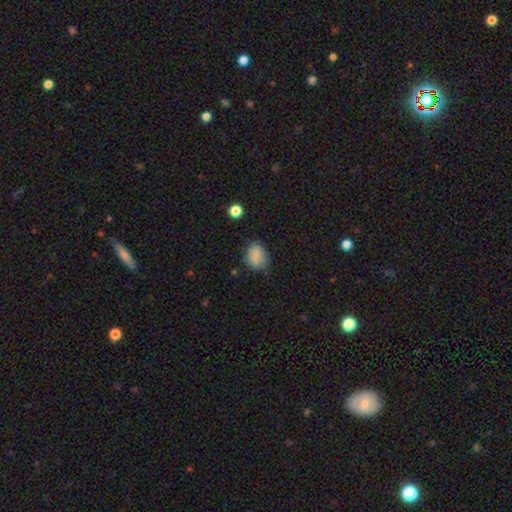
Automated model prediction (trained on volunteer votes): The model was most divided on "how rounded": in between: 63%, round: 36%, cigar-shaped: 1%. More confident: smooth or featured — smooth (81%); merging — none (65%).